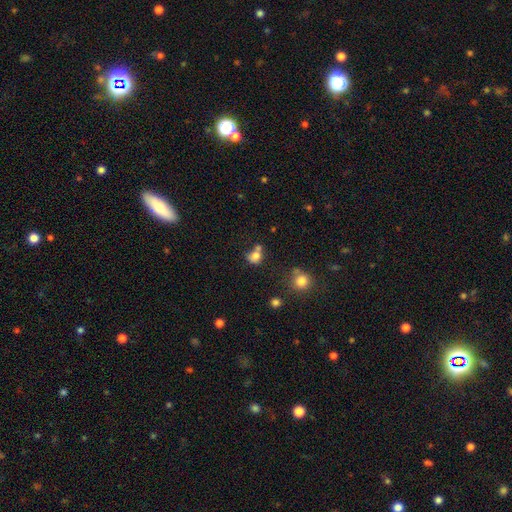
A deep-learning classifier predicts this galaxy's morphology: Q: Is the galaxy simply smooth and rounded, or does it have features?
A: smooth — 76%.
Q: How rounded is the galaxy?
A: round — 63%.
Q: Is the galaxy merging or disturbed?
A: none — 39%.